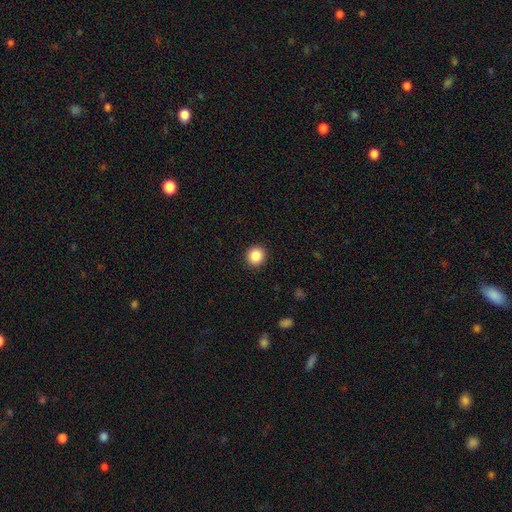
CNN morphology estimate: Smooth or featured? smooth (87%)
How rounded? round (90%)
Merging? none (92%)